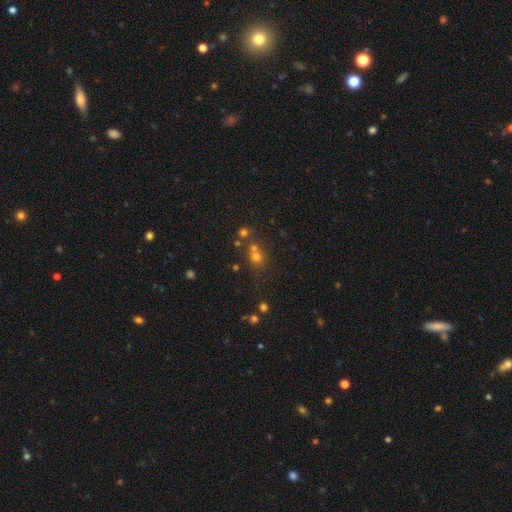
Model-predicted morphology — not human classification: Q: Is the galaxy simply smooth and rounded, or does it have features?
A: smooth — 54%.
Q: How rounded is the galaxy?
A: round — 82%.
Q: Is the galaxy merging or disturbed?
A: none — 53%.